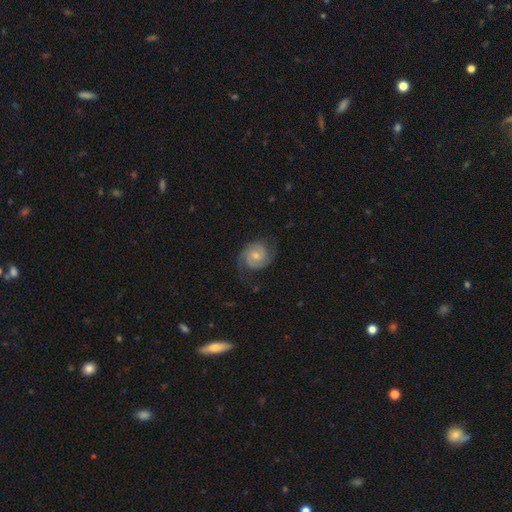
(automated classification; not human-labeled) A featured or disk galaxy (72%) with no bar (69%), 2 (79%) tight (45%) spiral arms (93%) and a small central bulge (52%).

Vote fractions:
- Smooth or featured? featured or disk: 72% / smooth: 22% / star or artifact: 6%
- Edge-on disk? no: 98% / yes: 2%
- Bar? no: 69% / weak: 27% / strong: 4%
- Spiral arms? yes: 93% / no: 7%
- Spiral winding? tight: 45% / medium: 40% / loose: 15%
- Spiral arm count? 2: 79% / can't tell: 10% / 3: 5% / 1: 3% / 4: 2% / more than 4: 2%
- Bulge size? small: 52% / moderate: 43% / none: 2% / large: 2% / dominant: 1%
- Merging? none: 70% / minor disturbance: 19% / major disturbance: 9% / merger: 1%